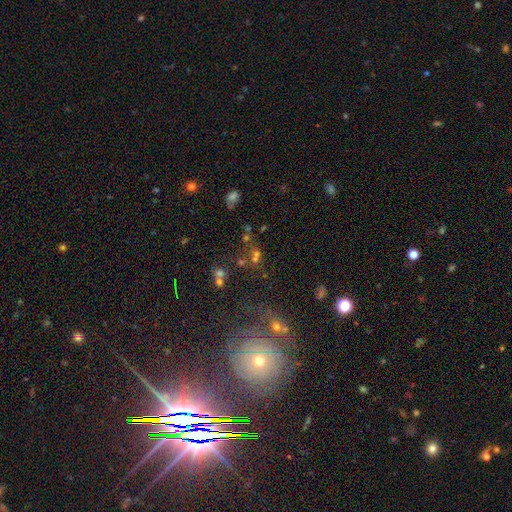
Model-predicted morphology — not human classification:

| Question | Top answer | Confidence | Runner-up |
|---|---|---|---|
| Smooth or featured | star or artifact | 48% | smooth (35%) |